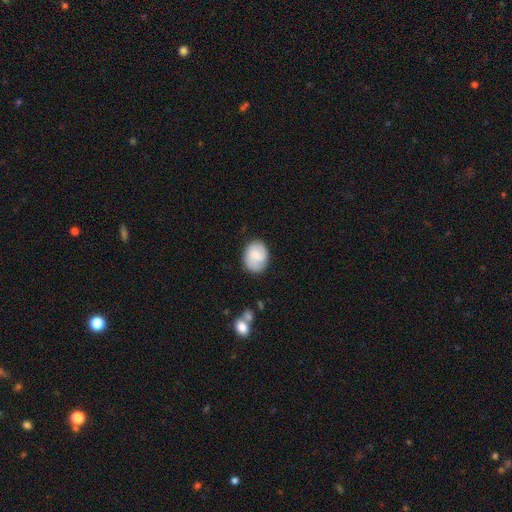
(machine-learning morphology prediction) Smooth or featured: smooth — 65% (featured or disk — 28%)
How rounded: in between — 56% (round — 43%)
Merging: none — 76% (minor disturbance — 17%)